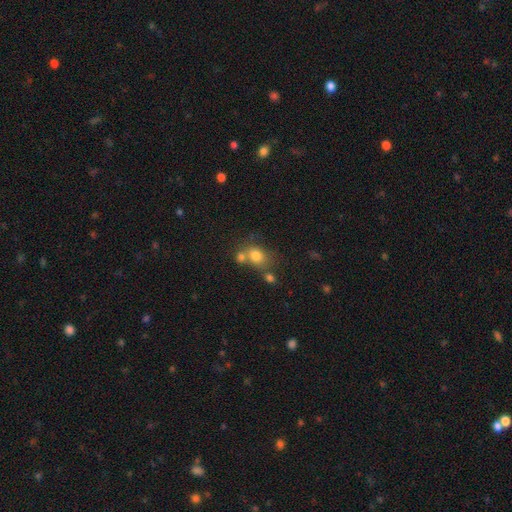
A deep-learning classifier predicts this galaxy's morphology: A smooth galaxy with no disk features (76%) that is round (53%).

Vote fractions:
- Smooth or featured? smooth: 76% / star or artifact: 12% / featured or disk: 11%
- How rounded? round: 53% / in between: 46% / cigar-shaped: 1%
- Merging? none: 44% / merger: 37% / minor disturbance: 13% / major disturbance: 6%